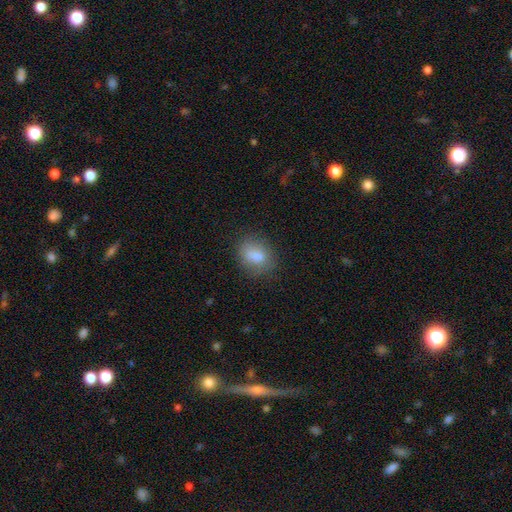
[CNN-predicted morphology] This appears to be a smooth galaxy with no disk features (78%) that is in between round and cigar-shaped (64%). Merging: none (67%).